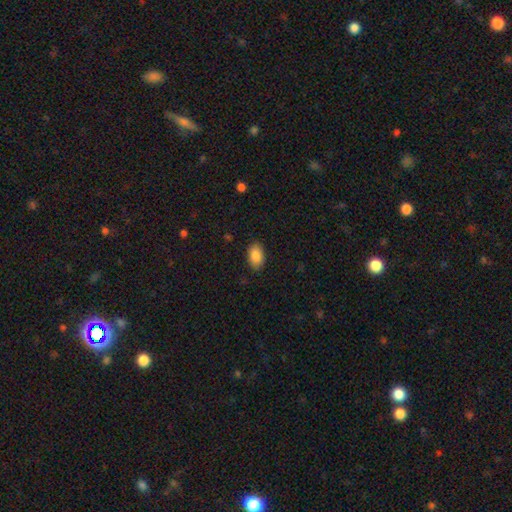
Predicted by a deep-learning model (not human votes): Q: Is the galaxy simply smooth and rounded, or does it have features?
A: smooth — 87%.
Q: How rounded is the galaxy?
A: in between — 90%.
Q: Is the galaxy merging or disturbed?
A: none — 85%.